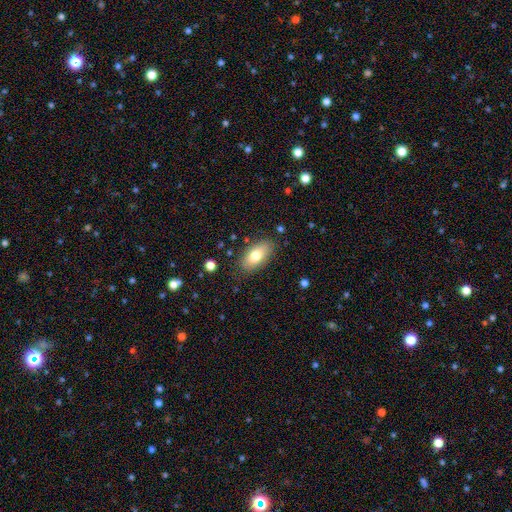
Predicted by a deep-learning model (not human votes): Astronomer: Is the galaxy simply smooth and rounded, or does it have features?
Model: smooth — 75%.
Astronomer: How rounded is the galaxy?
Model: in between — 89%.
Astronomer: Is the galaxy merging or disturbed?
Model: none — 83%.